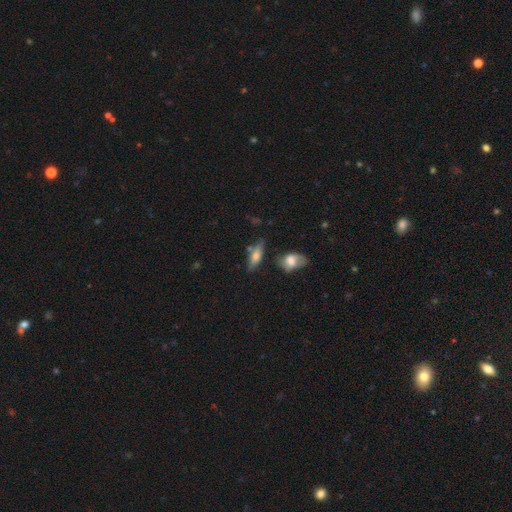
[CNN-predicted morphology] The model was most divided on "how rounded": in between: 64%, cigar-shaped: 32%, round: 4%. More confident: smooth or featured — smooth (65%); merging — none (63%).